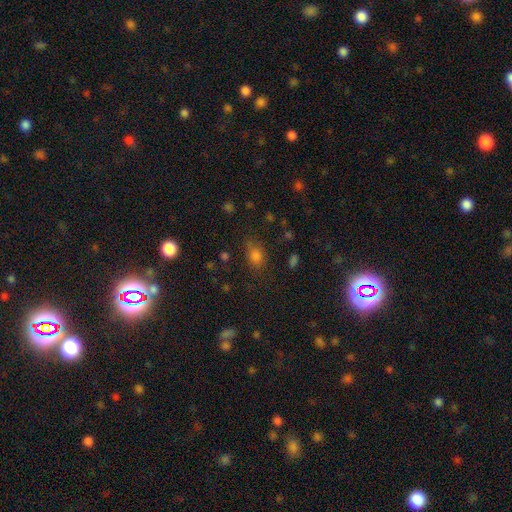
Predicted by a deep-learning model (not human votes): smooth_or_featured: smooth (p=0.74) [alt: star or artifact p=0.18]
how_rounded: in between (p=0.58) [alt: round p=0.39]
merging: none (p=0.70) [alt: minor disturbance p=0.19]